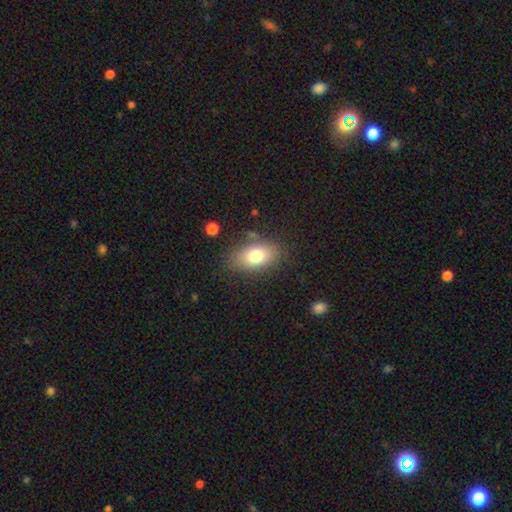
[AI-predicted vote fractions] A smooth galaxy with no disk features (76%) that is in between round and cigar-shaped (87%).

Vote fractions:
- Smooth or featured? smooth: 76% / featured or disk: 14% / star or artifact: 9%
- How rounded? in between: 87% / round: 11% / cigar-shaped: 3%
- Merging? none: 78% / minor disturbance: 14% / major disturbance: 5% / merger: 3%